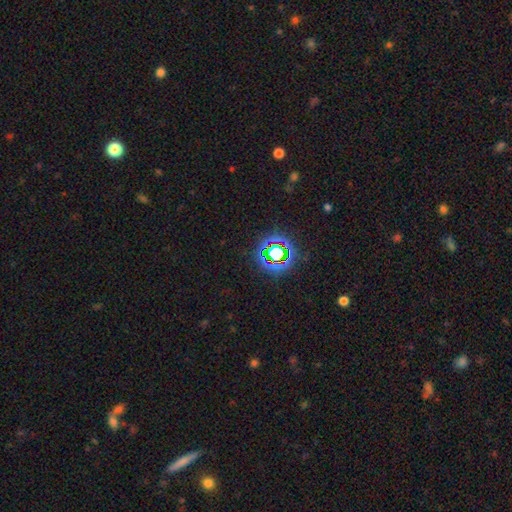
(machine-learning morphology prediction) Smooth or featured? Predicted: star or artifact (p=0.77).